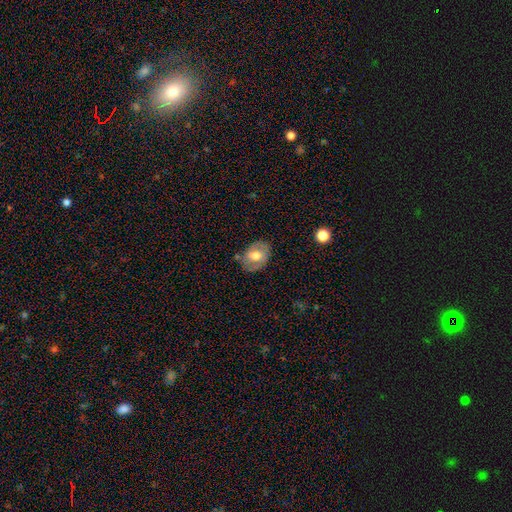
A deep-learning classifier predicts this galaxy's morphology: This is possibly a smooth galaxy (54%). How rounded: likely in between (72%). Merging: likely none (73%).